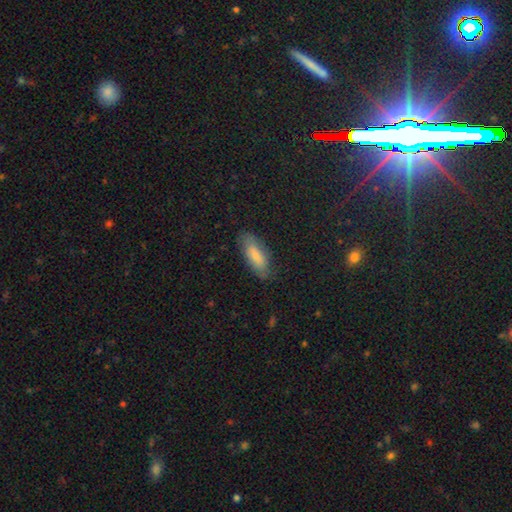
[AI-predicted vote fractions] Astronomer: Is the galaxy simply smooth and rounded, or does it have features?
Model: smooth — 77%.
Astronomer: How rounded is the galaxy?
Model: in between — 74%.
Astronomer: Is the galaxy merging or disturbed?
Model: none — 78%.